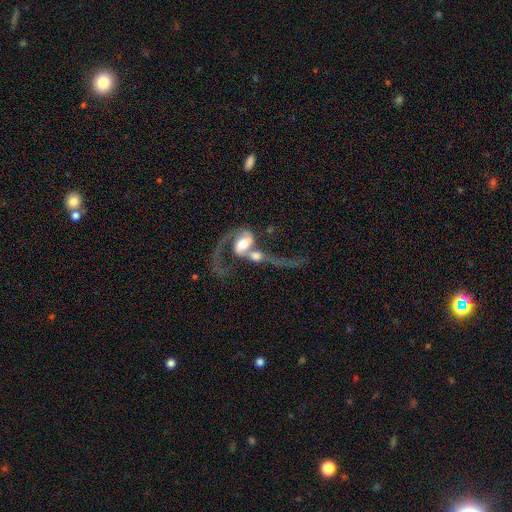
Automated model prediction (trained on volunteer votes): featured or disk 69%, smooth 24%, star or artifact 7%. Down the decision tree: edge-on disk — no (94%); bar — no (59%); spiral arms — yes (81%); spiral arm count — 2 (53%); spiral winding — loose (76%); bulge size — moderate (47%); merging — merger (71%).